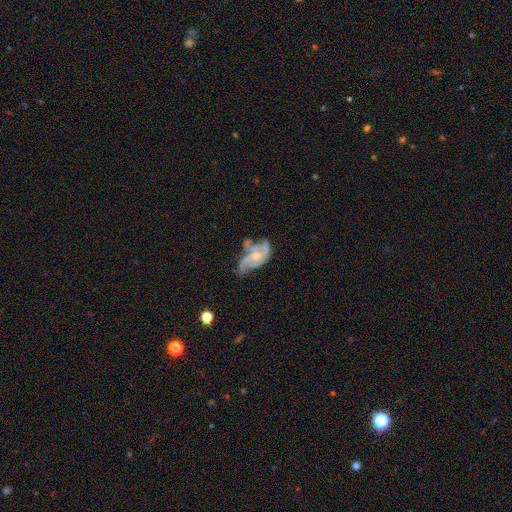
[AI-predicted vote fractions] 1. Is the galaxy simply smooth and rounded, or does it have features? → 78% featured or disk, 15% smooth, 7% star or artifact.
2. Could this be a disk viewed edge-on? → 96% no, 4% yes.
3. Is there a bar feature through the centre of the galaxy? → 72% no, 23% weak, 5% strong.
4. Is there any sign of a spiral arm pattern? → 81% yes, 19% no.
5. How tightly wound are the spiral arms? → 44% medium, 30% loose, 26% tight.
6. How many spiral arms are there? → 36% 2, 29% 3, 21% can't tell, 6% 4, 5% 1, 3% more than 4.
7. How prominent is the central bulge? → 51% moderate, 40% small, 5% none, 3% large, 1% dominant.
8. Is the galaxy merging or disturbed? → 31% none, 28% major disturbance, 25% minor disturbance, 16% merger.